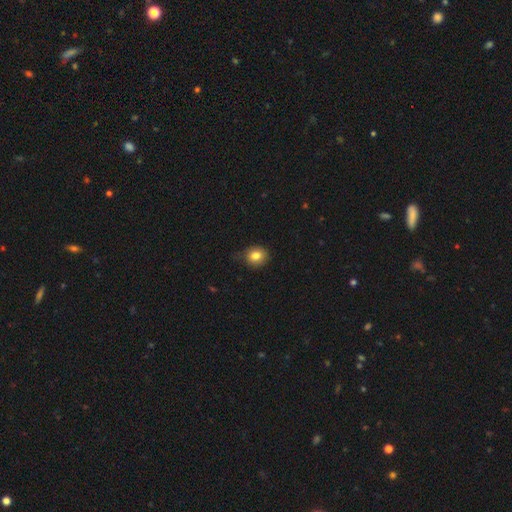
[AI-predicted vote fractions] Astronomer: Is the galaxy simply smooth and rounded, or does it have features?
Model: smooth — 82%.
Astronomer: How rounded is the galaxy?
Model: round — 76%.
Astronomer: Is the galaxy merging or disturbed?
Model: none — 68%.